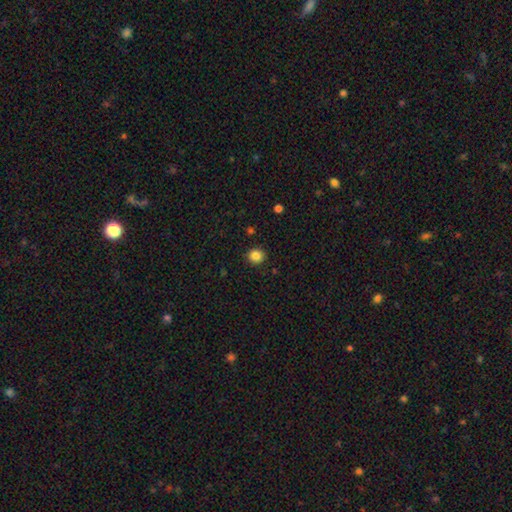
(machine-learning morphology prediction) Smooth or featured? smooth (85%)
How rounded? round (89%)
Merging? none (91%)